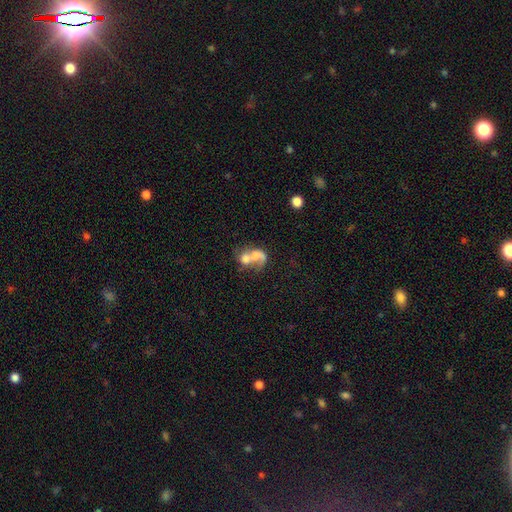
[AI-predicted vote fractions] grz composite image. It shows a featured or disk galaxy (46%). Merging: merger (68%).